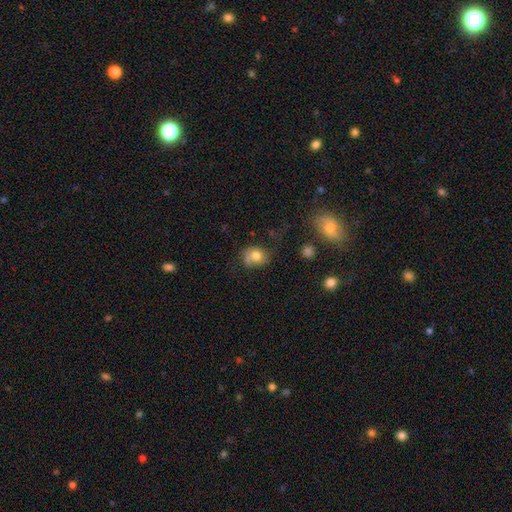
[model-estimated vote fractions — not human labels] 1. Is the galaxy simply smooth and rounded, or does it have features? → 76% smooth, 14% featured or disk, 11% star or artifact.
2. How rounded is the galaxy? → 54% round, 45% in between, 1% cigar-shaped.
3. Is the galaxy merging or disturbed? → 48% none, 31% minor disturbance, 14% major disturbance, 7% merger.